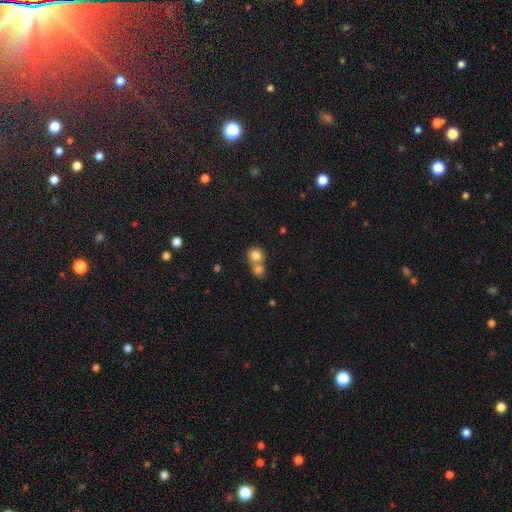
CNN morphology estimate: Smooth or featured: smooth — 79% (featured or disk — 12%)
How rounded: round — 82% (in between — 17%)
Merging: merger — 63% (none — 30%)